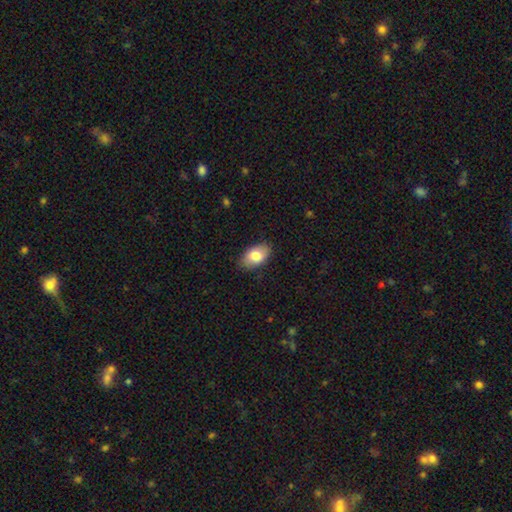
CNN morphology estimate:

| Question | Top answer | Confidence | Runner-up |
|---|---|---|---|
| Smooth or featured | smooth | 80% | featured or disk (14%) |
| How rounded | in between | 92% | round (7%) |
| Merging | none | 83% | minor disturbance (14%) |